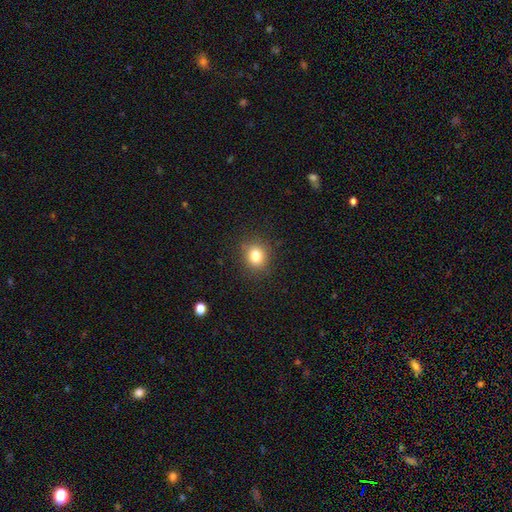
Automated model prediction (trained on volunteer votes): smooth 82%, star or artifact 12%, featured or disk 7%. Down the decision tree: how rounded — round (75%); merging — none (87%).